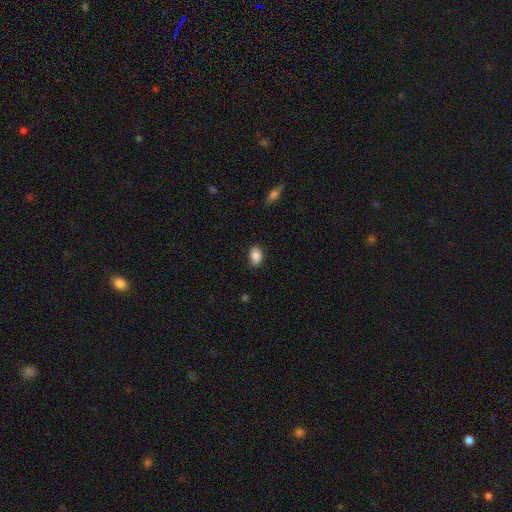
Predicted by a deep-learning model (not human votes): Smooth or featured?
  - smooth: 87% *
  - star or artifact: 8%
  - featured or disk: 6%
How rounded?
  - in between: 84% *
  - round: 14%
  - cigar-shaped: 1%
Merging?
  - none: 83% *
  - minor disturbance: 14%
  - major disturbance: 3%
  - merger: 1%